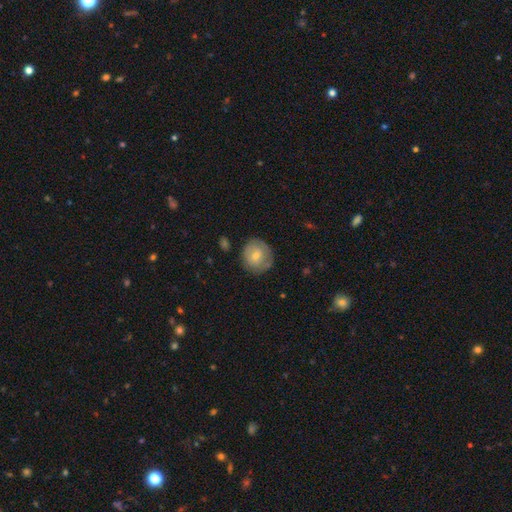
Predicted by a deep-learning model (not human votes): This is possibly a smooth galaxy (55%). How rounded: clearly round (85%). Merging: likely none (78%).